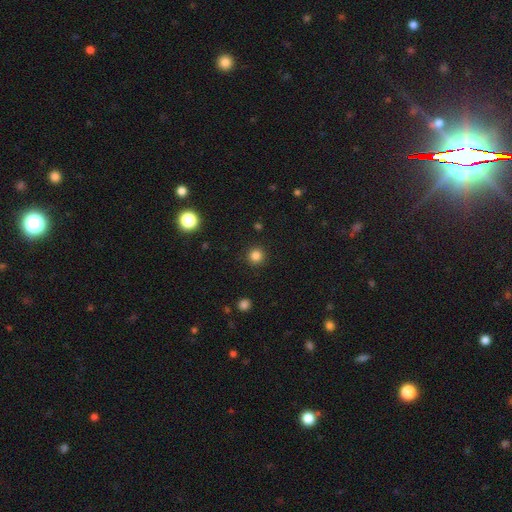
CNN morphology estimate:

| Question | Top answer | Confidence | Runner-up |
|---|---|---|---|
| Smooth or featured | smooth | 84% | star or artifact (12%) |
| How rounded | round | 95% | in between (4%) |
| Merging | none | 92% | minor disturbance (5%) |